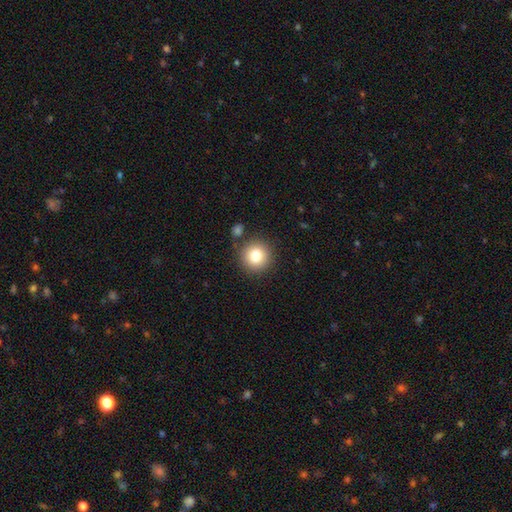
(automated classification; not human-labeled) Morphology: type=smooth (80%); roundness=round (94%); merging=none (84%).